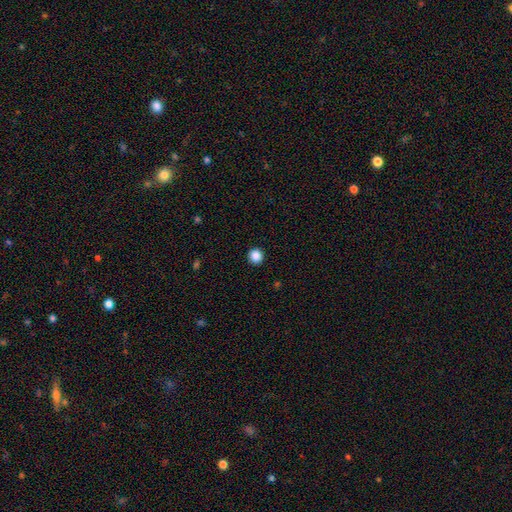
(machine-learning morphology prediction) Q: Smooth or featured?
A: smooth (87%); runner-up: star or artifact (10%)
Q: How rounded?
A: round (93%); runner-up: in between (6%)
Q: Merging?
A: none (93%); runner-up: minor disturbance (5%)